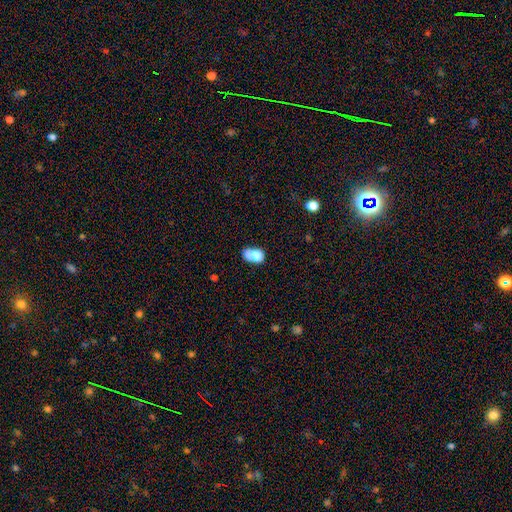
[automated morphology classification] Overall: smooth (79%). How rounded: in between (86%). Merging: none (41%; minor disturbance 34%).